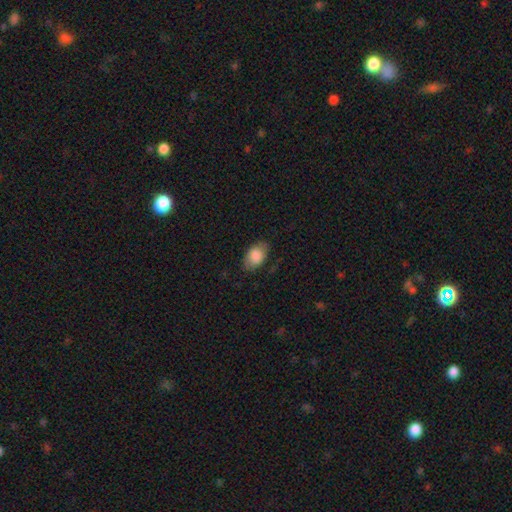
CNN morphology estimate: smooth_or_featured: smooth (p=0.84) [alt: featured or disk p=0.09]
how_rounded: in between (p=0.89) [alt: round p=0.10]
merging: none (p=0.77) [alt: minor disturbance p=0.17]